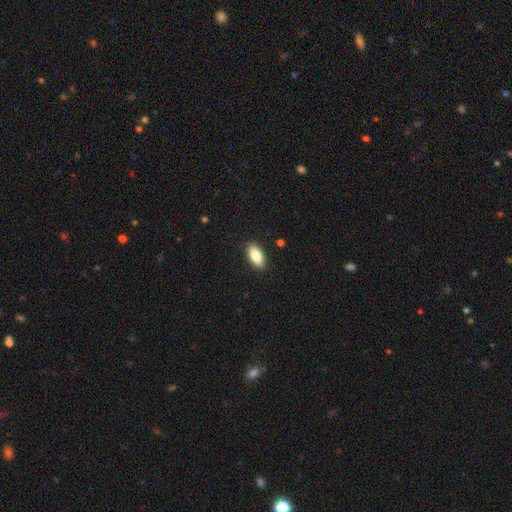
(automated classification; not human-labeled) Smooth or featured: smooth — 85% (featured or disk — 8%)
How rounded: in between — 90% (cigar-shaped — 8%)
Merging: none — 89% (minor disturbance — 8%)